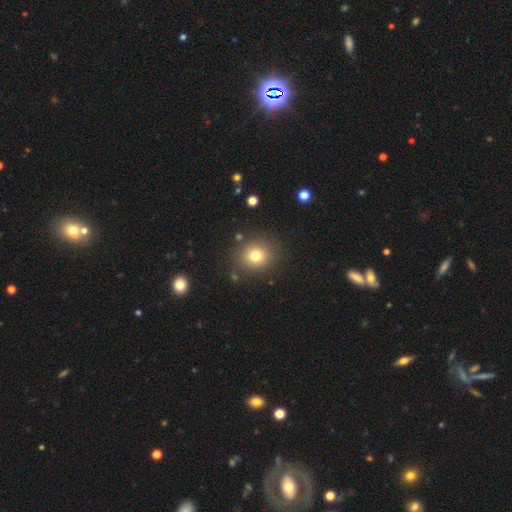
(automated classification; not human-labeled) This is likely a smooth galaxy (77%). How rounded: likely round (79%). Merging: clearly none (85%).